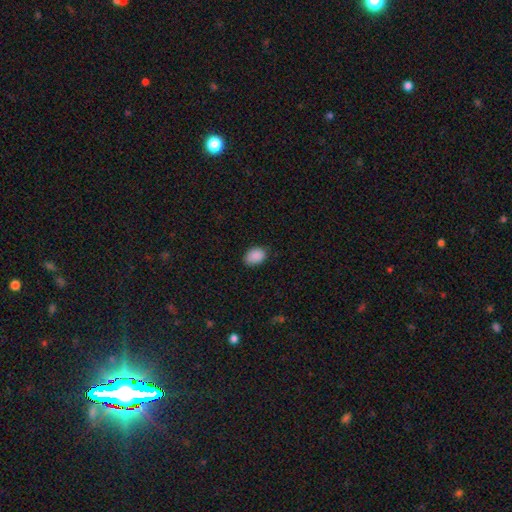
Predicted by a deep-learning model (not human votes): Smooth or featured?
  - smooth: 89% *
  - star or artifact: 8%
  - featured or disk: 3%
How rounded?
  - in between: 80% *
  - round: 19%
  - cigar-shaped: 1%
Merging?
  - none: 80% *
  - minor disturbance: 16%
  - major disturbance: 3%
  - merger: 1%